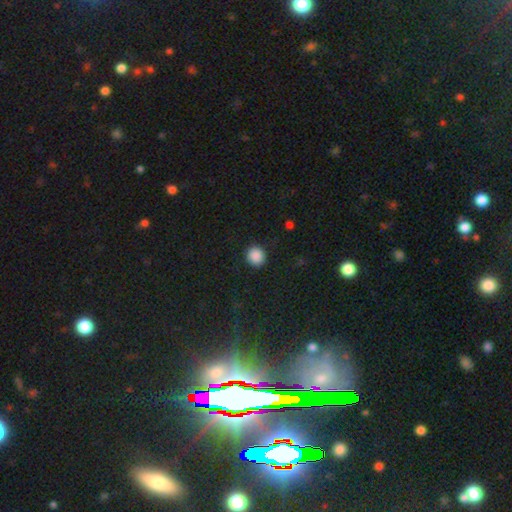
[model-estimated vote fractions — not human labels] A smooth galaxy with no disk features (89%) that is round (91%).

Vote fractions:
- Smooth or featured? smooth: 89% / star or artifact: 9% / featured or disk: 2%
- How rounded? round: 91% / in between: 9% / cigar-shaped: 1%
- Merging? none: 92% / minor disturbance: 5% / major disturbance: 2% / merger: 1%